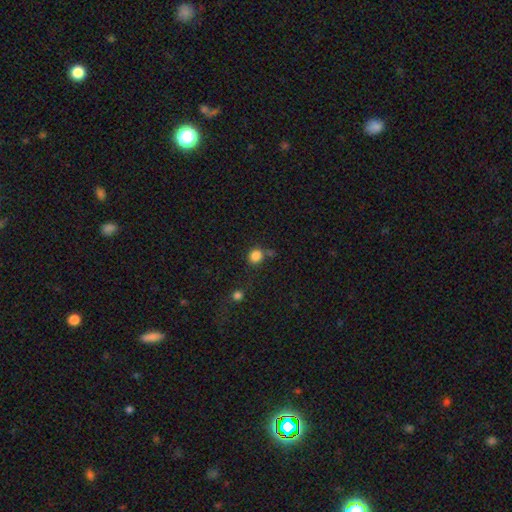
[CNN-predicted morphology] Smooth or featured? smooth (84%)
How rounded? round (86%)
Merging? none (69%)